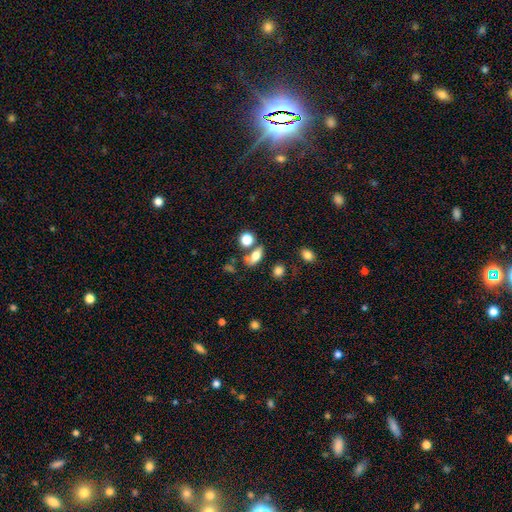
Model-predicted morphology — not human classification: smooth-or-featured: smooth: 73% | featured or disk: 15% | star or artifact: 12%
  how-rounded: in between: 73% | round: 17% | cigar-shaped: 10%
  merging: none: 59% | merger: 20% | minor disturbance: 15% | major disturbance: 6%